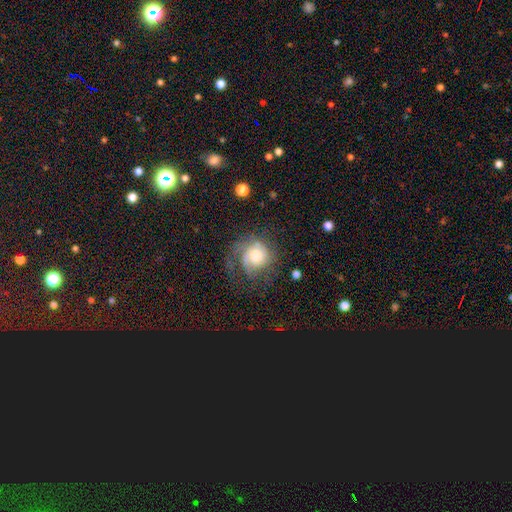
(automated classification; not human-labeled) A featured or disk galaxy (66%) with no bar (76%), 1 (35%) tight (42%) spiral arms (88%) and a moderate central bulge (60%).

Vote fractions:
- Smooth or featured? featured or disk: 66% / smooth: 26% / star or artifact: 8%
- Edge-on disk? no: 98% / yes: 2%
- Bar? no: 76% / weak: 21% / strong: 3%
- Spiral arms? yes: 88% / no: 12%
- Spiral winding? tight: 42% / medium: 38% / loose: 20%
- Spiral arm count? 1: 35% / 2: 27% / can't tell: 21% / 3: 10% / 4: 3% / more than 4: 3%
- Bulge size? moderate: 60% / large: 20% / small: 15% / dominant: 2% / none: 2%
- Merging? none: 52% / major disturbance: 25% / minor disturbance: 21% / merger: 2%